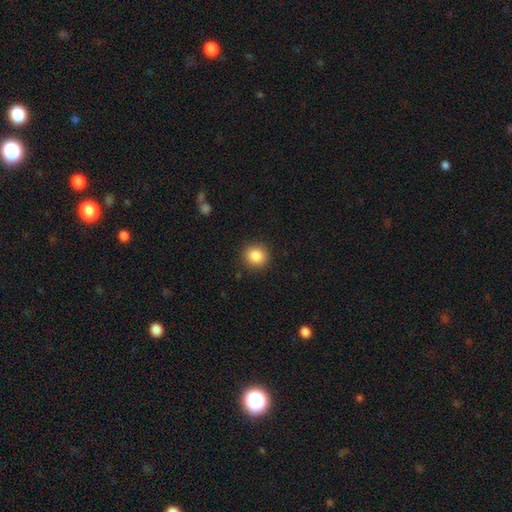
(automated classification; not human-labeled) Overall: smooth (86%). How rounded: round (87%). Merging: none (90%).